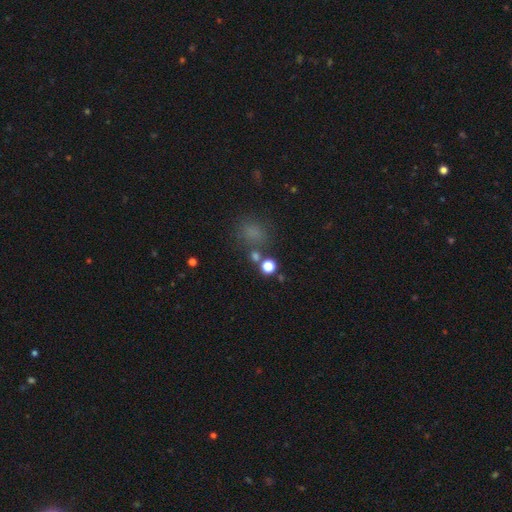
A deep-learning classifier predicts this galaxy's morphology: The model was most divided on "smooth or featured": smooth: 65%, star or artifact: 28%, featured or disk: 8%. More confident: how rounded — round (72%); merging — none (69%).